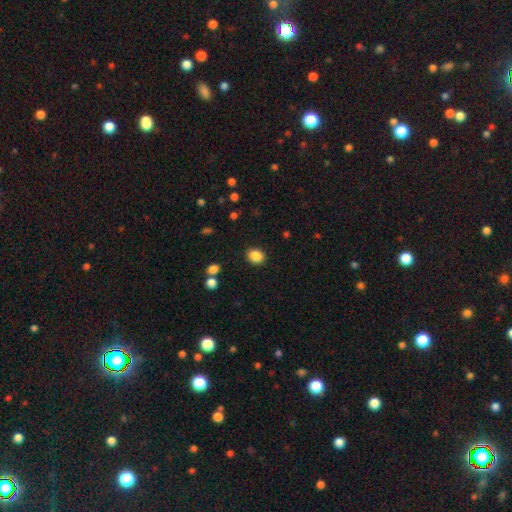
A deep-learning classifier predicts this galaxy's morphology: smooth-or-featured: smooth: 87% | star or artifact: 10% | featured or disk: 4%
  how-rounded: round: 52% | in between: 47% | cigar-shaped: 1%
  merging: none: 89% | minor disturbance: 7% | major disturbance: 2% | merger: 2%